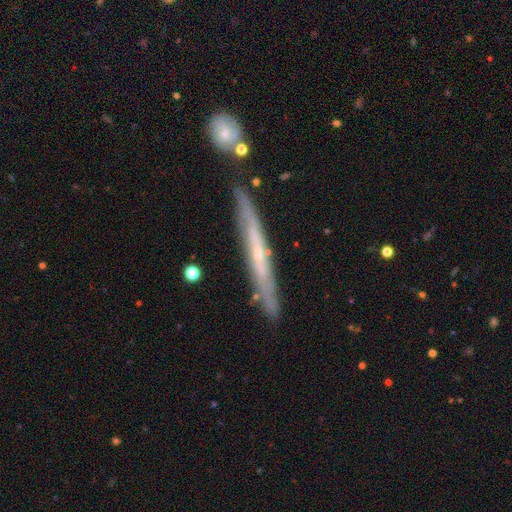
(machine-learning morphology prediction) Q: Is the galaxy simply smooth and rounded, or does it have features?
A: featured or disk — 71%.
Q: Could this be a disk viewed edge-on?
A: yes — 85%.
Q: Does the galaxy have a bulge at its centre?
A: none — 66%.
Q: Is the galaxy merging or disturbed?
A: none — 80%.